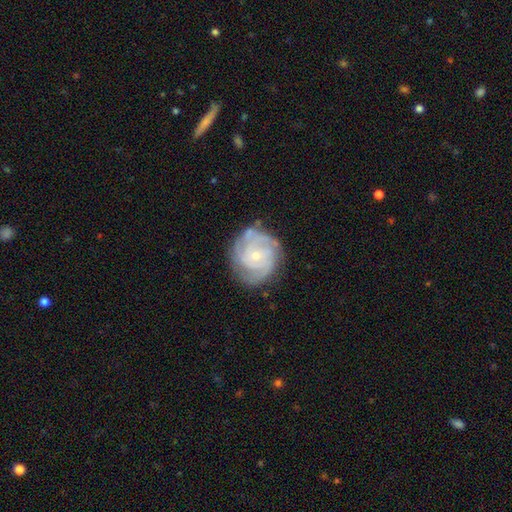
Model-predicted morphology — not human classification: type=featured or disk (83%); edge-on=no (98%); bar=no (67%); spiral arms=yes (95%); winding=tight (66%); arm count=3 (30%); bulge=small (73%); merging=none (75%).